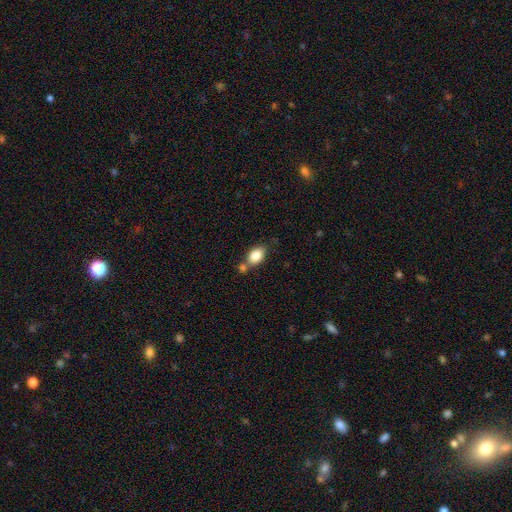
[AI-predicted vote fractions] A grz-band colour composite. It shows a smooth galaxy with no disk features (83%) that is in between round and cigar-shaped (83%). Merging: none (56%).